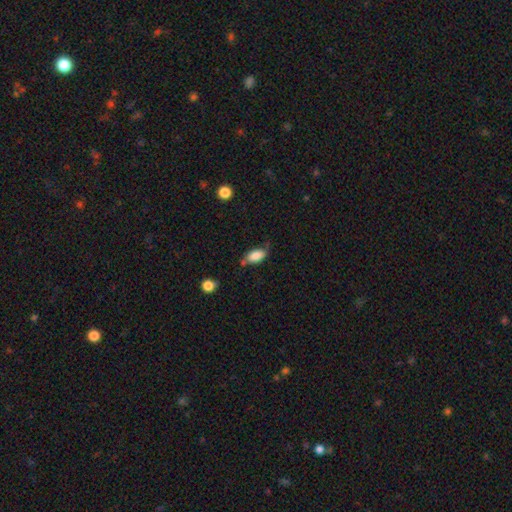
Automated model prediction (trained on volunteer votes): Q: Smooth or featured?
A: smooth (83%); runner-up: featured or disk (10%)
Q: How rounded?
A: in between (89%); runner-up: cigar-shaped (7%)
Q: Merging?
A: none (61%); runner-up: minor disturbance (26%)